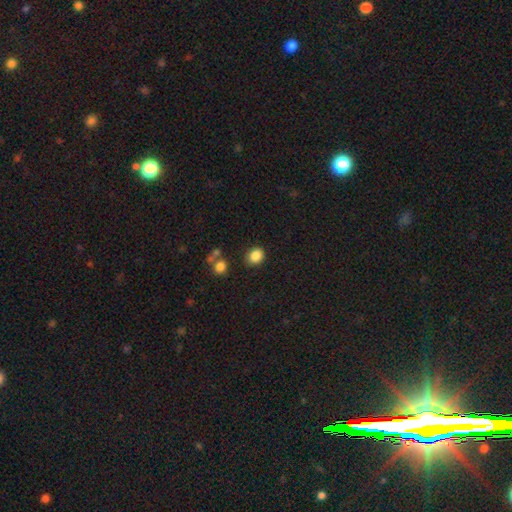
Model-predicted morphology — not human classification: smooth_or_featured: smooth (p=0.86) [alt: star or artifact p=0.10]
how_rounded: round (p=0.55) [alt: in between p=0.44]
merging: none (p=0.81) [alt: minor disturbance p=0.12]